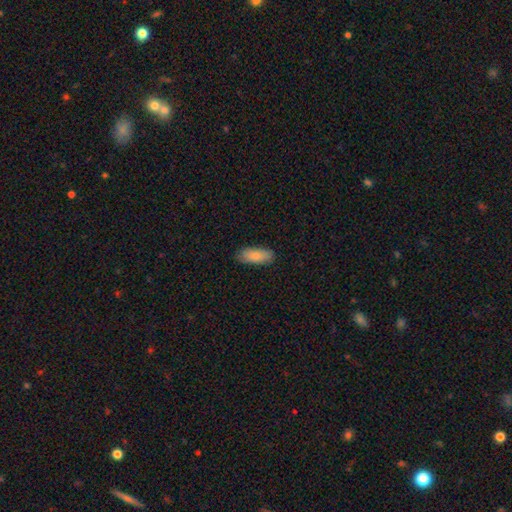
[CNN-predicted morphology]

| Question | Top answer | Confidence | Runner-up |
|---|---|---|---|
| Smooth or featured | smooth | 86% | featured or disk (8%) |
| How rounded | in between | 80% | cigar-shaped (18%) |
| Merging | none | 85% | minor disturbance (12%) |